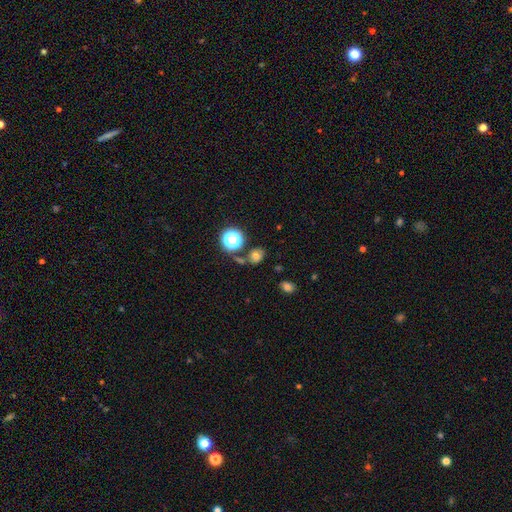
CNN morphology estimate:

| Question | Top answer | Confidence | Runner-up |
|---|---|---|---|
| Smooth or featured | smooth | 65% | star or artifact (22%) |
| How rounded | round | 54% | in between (45%) |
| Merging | none | 67% | minor disturbance (15%) |